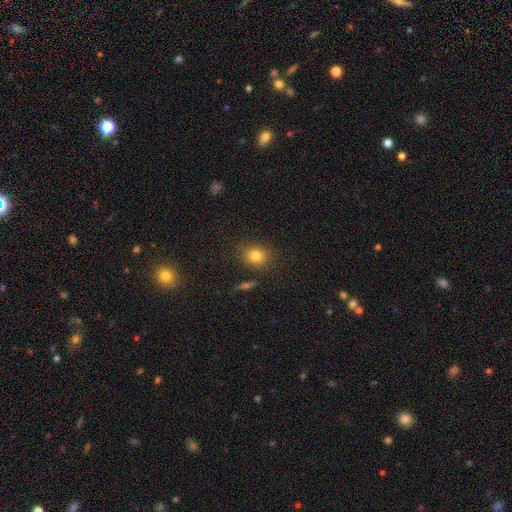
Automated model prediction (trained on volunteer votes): Overall: smooth (80%). How rounded: round (74%). Merging: none (85%).